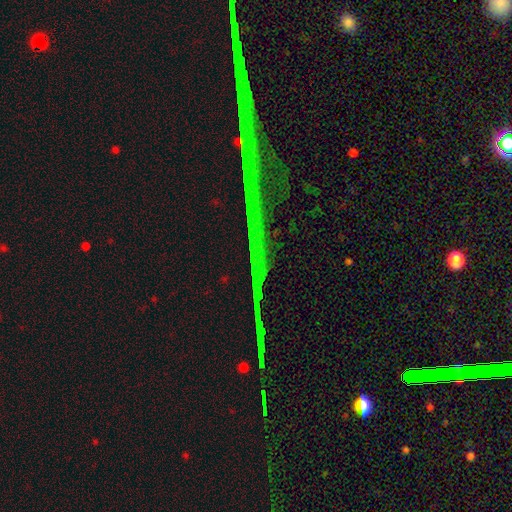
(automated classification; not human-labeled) Smooth or featured? Predicted: star or artifact (p=0.82).